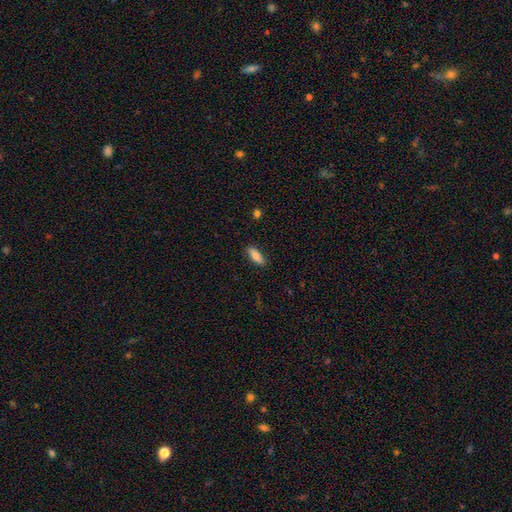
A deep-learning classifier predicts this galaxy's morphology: This appears to be a smooth galaxy with no disk features (80%) that is in between round and cigar-shaped (68%). Merging: none (87%).